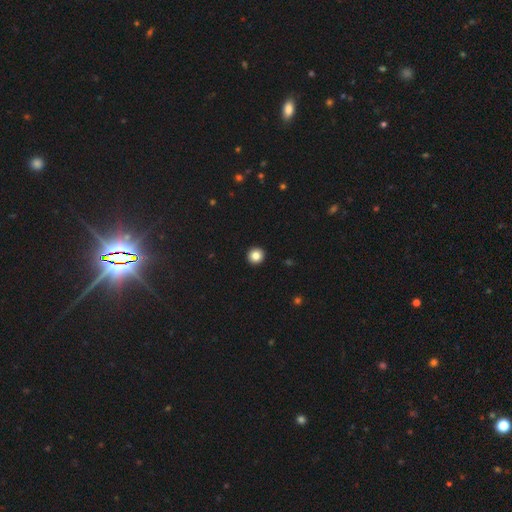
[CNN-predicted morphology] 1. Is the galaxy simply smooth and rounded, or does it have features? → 85% smooth, 10% star or artifact, 5% featured or disk.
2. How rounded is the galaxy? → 95% round, 4% in between, 1% cigar-shaped.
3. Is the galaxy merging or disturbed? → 94% none, 4% minor disturbance, 1% major disturbance, 1% merger.